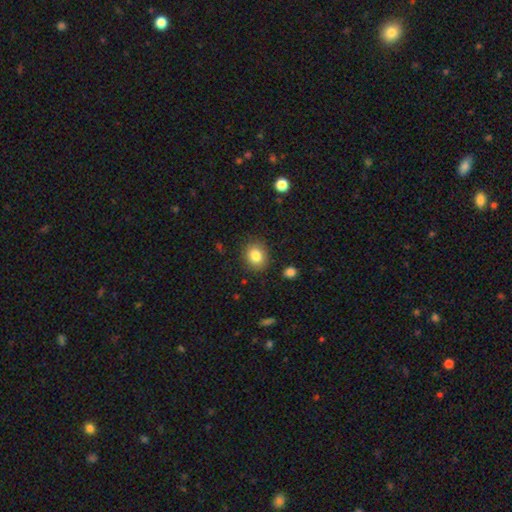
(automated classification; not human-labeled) This appears to be a smooth galaxy with no disk features (84%) that is round (62%). Merging: none (87%).